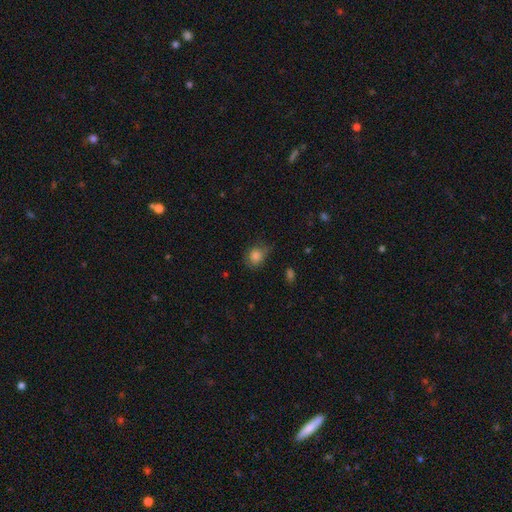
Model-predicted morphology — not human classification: A smooth galaxy with no disk features (82%) that is round (68%). Merging: none (57%).